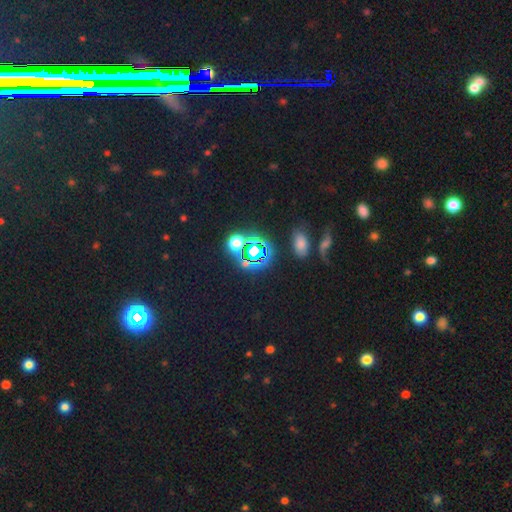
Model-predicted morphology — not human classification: type=star or artifact (67%).